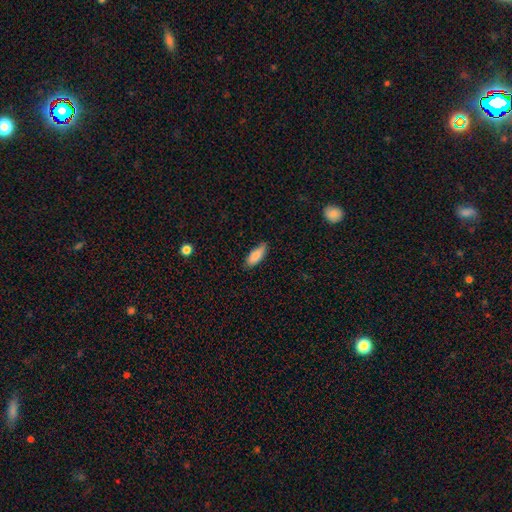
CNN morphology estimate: Q: Smooth or featured?
A: smooth (85%); runner-up: featured or disk (8%)
Q: How rounded?
A: in between (73%); runner-up: cigar-shaped (25%)
Q: Merging?
A: none (77%); runner-up: minor disturbance (19%)